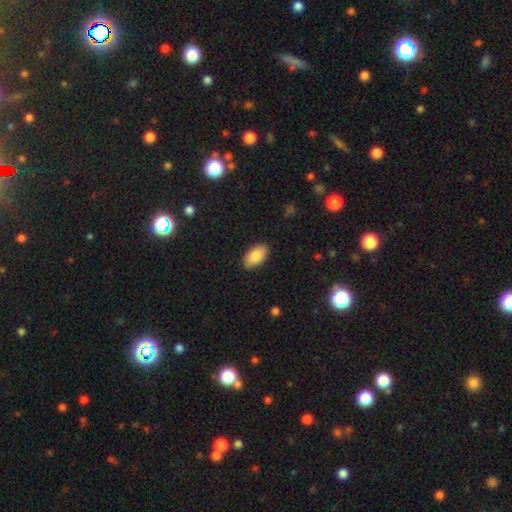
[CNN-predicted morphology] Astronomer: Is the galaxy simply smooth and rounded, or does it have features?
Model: smooth — 87%.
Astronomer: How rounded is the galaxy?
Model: in between — 95%.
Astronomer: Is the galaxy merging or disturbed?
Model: none — 88%.